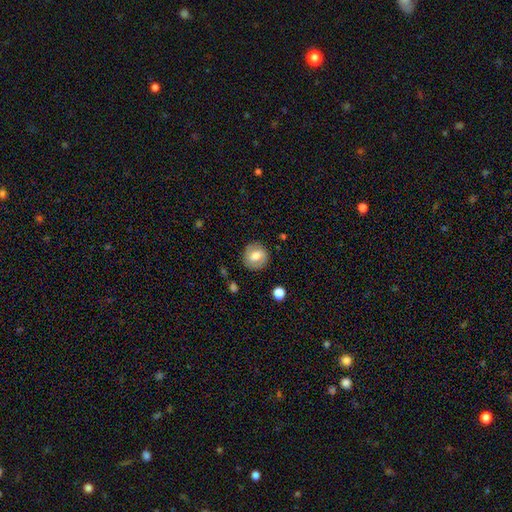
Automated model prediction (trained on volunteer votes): The model was most divided on "smooth or featured": smooth: 64%, featured or disk: 28%, star or artifact: 8%. More confident: merging — none (85%); how rounded — round (85%).